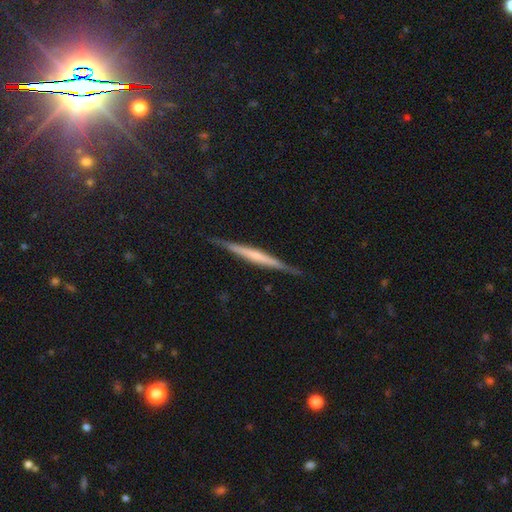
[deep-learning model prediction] This appears to be a featured or disk galaxy (67%) viewed edge-on (98%) with no central bulge (53%). Merging: none (88%).